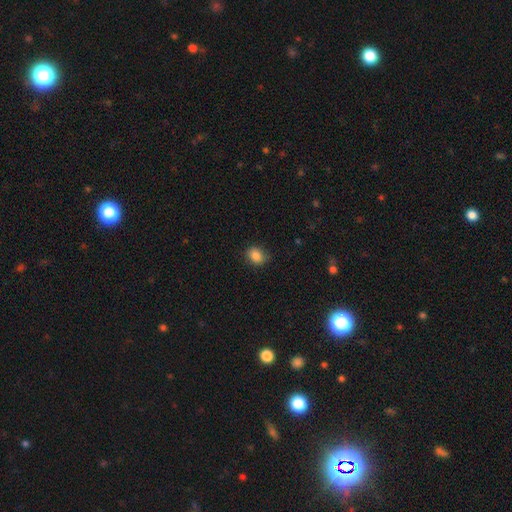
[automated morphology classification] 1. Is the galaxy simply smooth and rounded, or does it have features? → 85% smooth, 10% star or artifact, 6% featured or disk.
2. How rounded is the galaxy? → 55% round, 44% in between, 1% cigar-shaped.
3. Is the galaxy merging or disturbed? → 78% none, 17% minor disturbance, 3% major disturbance, 1% merger.